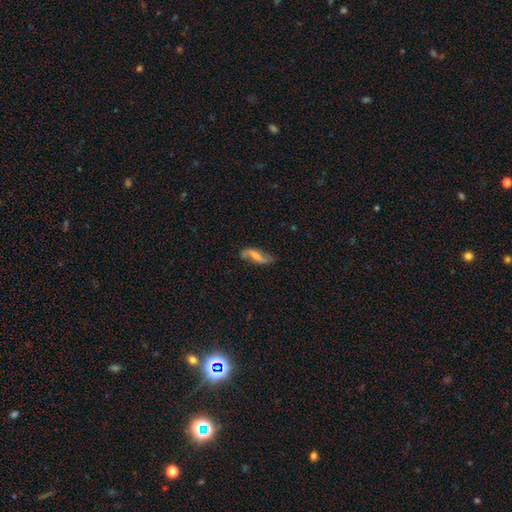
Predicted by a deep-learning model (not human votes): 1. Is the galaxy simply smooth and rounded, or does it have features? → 70% featured or disk, 23% smooth, 7% star or artifact.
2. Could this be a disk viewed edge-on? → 91% no, 9% yes.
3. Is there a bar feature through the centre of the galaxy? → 43% weak, 31% no, 26% strong.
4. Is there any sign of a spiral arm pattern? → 92% yes, 8% no.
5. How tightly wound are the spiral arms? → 81% loose, 14% medium, 5% tight.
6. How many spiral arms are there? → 90% 2, 4% 1, 3% can't tell, 1% 3, 1% 4, 1% more than 4.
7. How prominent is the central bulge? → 34% small, 29% moderate, 29% none, 6% large, 2% dominant.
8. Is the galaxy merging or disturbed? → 71% none, 19% minor disturbance, 7% major disturbance, 2% merger.